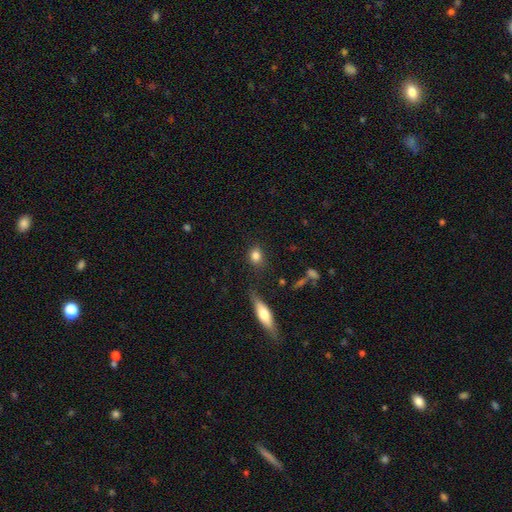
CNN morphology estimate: smooth 83%, star or artifact 9%, featured or disk 8%. Down the decision tree: how rounded — round (59%); merging — none (81%).